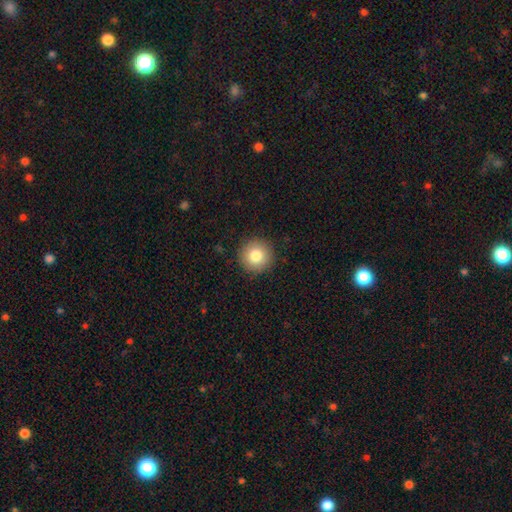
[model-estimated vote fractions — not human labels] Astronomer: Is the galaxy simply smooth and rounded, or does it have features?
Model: smooth — 82%.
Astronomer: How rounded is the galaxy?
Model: round — 96%.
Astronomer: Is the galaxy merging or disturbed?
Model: none — 92%.